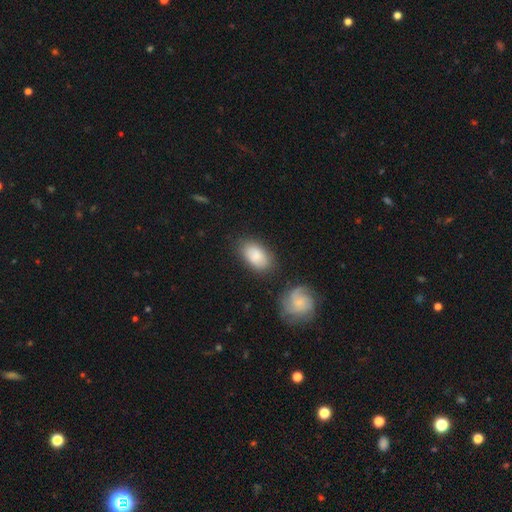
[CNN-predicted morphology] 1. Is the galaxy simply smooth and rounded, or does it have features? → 82% smooth, 12% featured or disk, 6% star or artifact.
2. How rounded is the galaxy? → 92% in between, 6% round, 2% cigar-shaped.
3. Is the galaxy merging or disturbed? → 73% none, 16% minor disturbance, 6% merger, 5% major disturbance.